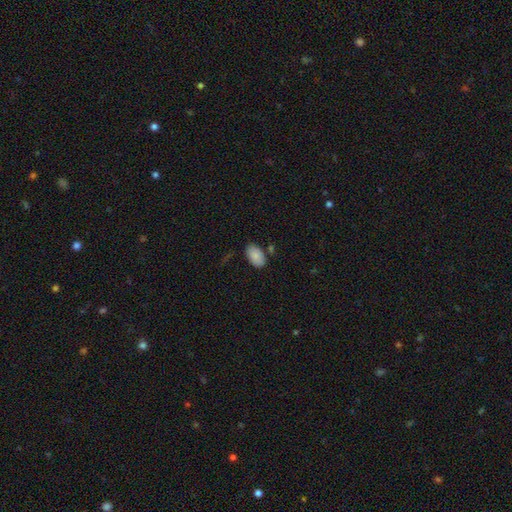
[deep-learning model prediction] Smooth or featured: smooth — 87% (star or artifact — 7%)
How rounded: in between — 94% (round — 5%)
Merging: none — 77% (minor disturbance — 15%)